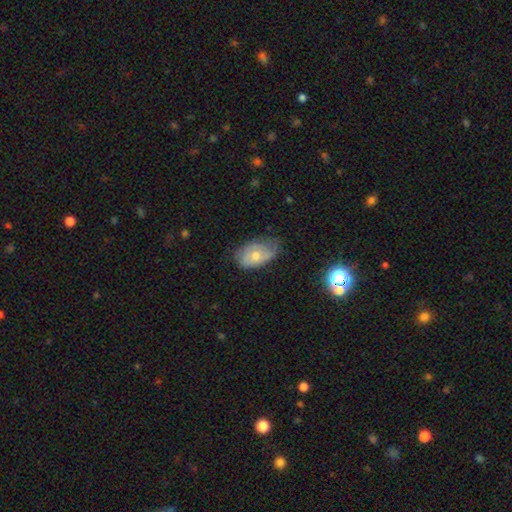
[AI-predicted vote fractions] smooth-or-featured: smooth: 48% | featured or disk: 42% | star or artifact: 9%
  merging: none: 51% | minor disturbance: 37% | major disturbance: 10% | merger: 2%